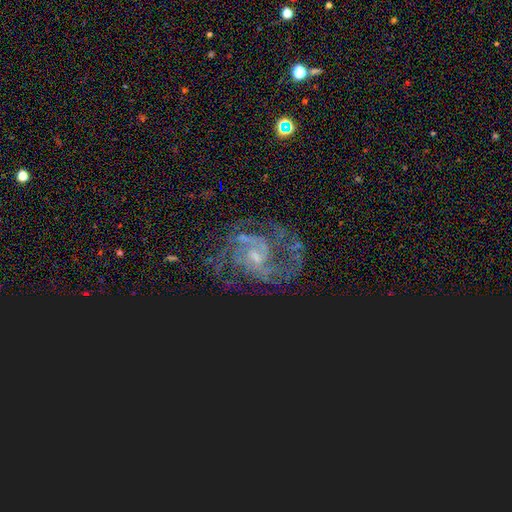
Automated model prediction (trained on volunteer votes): This appears to be a featured or disk galaxy (75%) with no bar (50%), 2 (40%) medium (48%) spiral arms (94%) and a small central bulge (62%). Merging: none (65%).